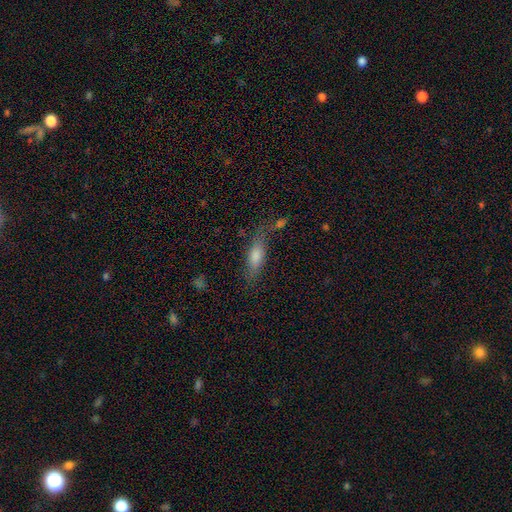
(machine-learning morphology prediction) The model was most divided on "how rounded": in between: 49%, cigar-shaped: 48%, round: 3%. More confident: smooth or featured — smooth (67%); merging — none (62%).